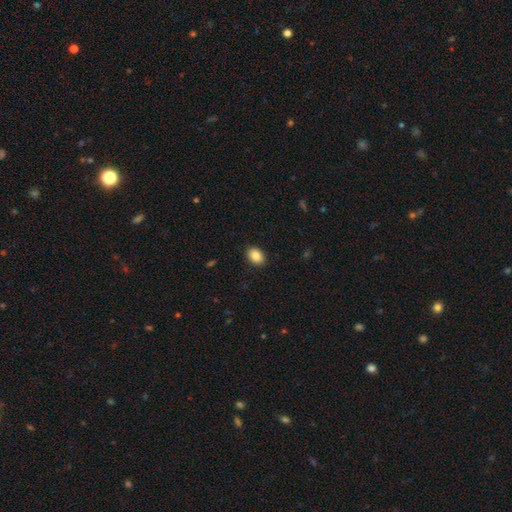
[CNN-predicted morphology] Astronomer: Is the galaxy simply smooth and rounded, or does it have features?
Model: smooth — 86%.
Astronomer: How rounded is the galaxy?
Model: in between — 73%.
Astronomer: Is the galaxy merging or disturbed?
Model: none — 90%.